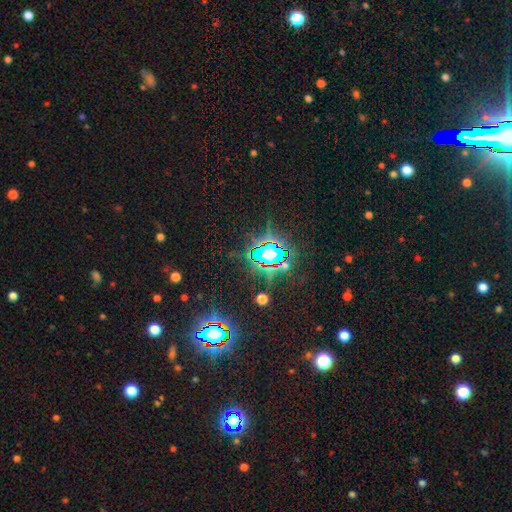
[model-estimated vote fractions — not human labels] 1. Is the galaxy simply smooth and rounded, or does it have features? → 81% star or artifact, 10% smooth, 9% featured or disk.